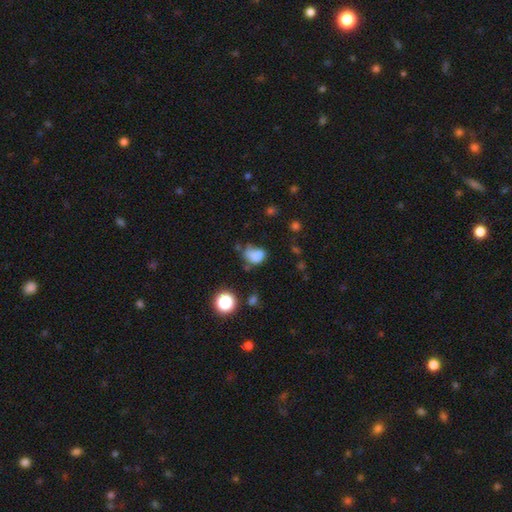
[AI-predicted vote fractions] Morphology: type=smooth (74%); roundness=in between (69%); merging=none (34%).